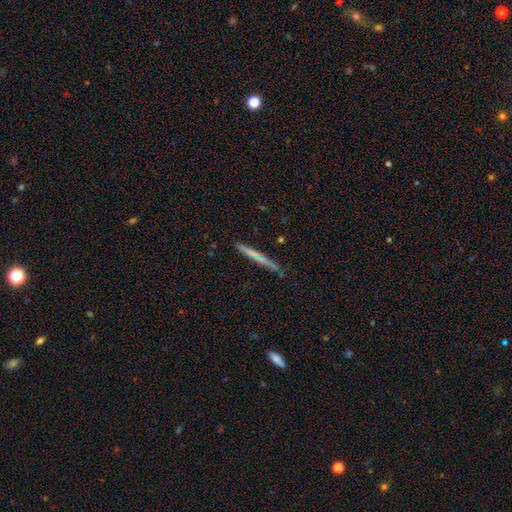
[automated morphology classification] This is possibly a smooth galaxy (51%). How rounded: clearly cigar-shaped (96%). Merging: clearly none (82%).